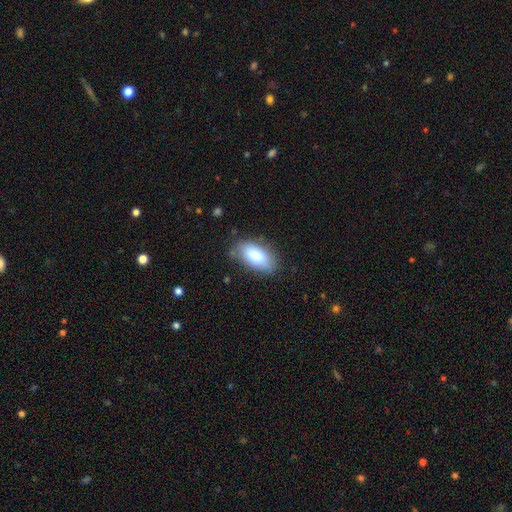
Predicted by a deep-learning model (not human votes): smooth 79%, featured or disk 14%, star or artifact 7%. Down the decision tree: how rounded — in between (92%); merging — none (78%).